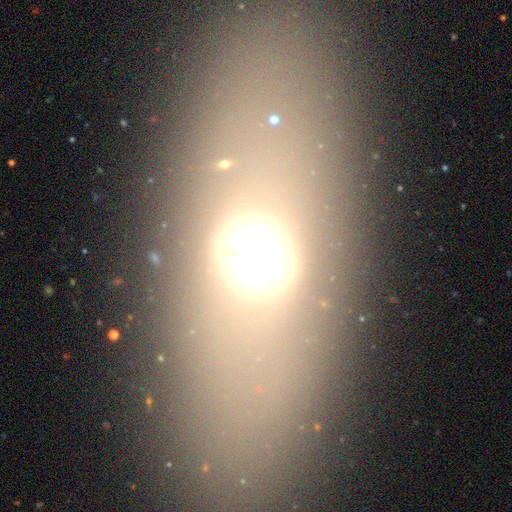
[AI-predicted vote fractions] Morphology: type=smooth (43%); merging=none (71%).